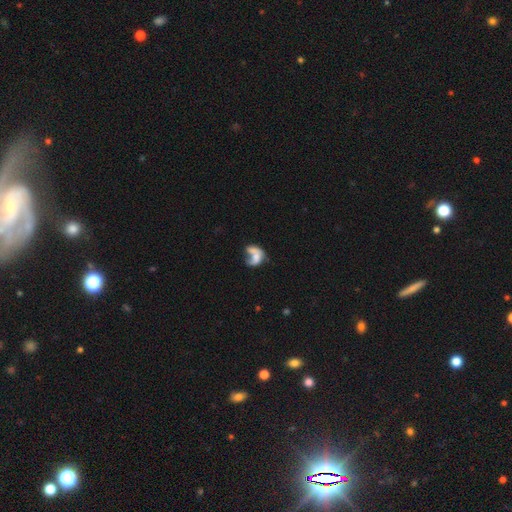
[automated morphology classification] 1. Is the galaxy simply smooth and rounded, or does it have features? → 48% smooth, 42% featured or disk, 10% star or artifact.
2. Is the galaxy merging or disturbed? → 39% merger, 28% major disturbance, 20% none, 13% minor disturbance.